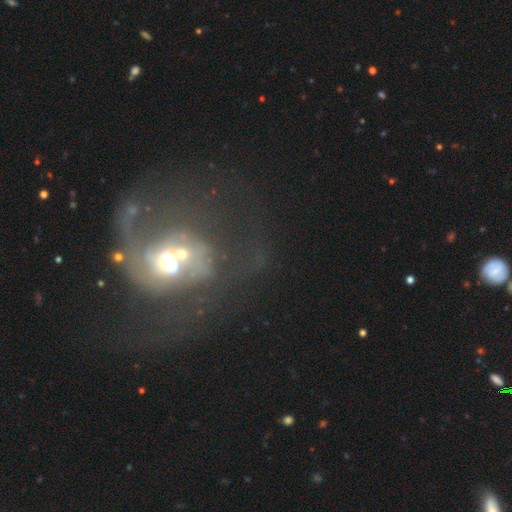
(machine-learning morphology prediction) The model was most divided on "merging": merger: 45%, major disturbance: 27%, none: 18%, minor disturbance: 9%. More confident: edge-on disk — no (97%); bar — no (68%); smooth or featured — featured or disk (66%); spiral arms — yes (62%); bulge size — moderate (56%).